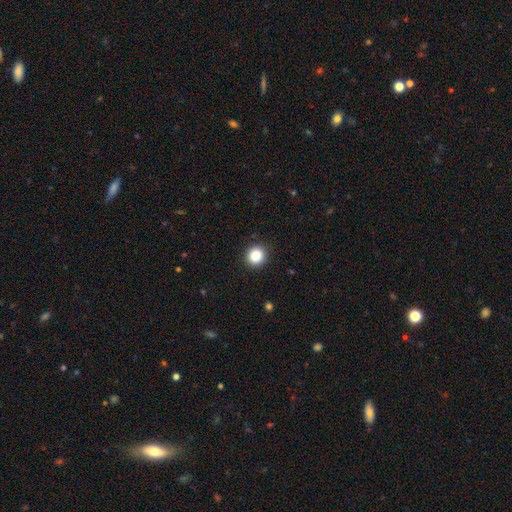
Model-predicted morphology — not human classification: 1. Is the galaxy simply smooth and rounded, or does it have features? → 86% smooth, 10% star or artifact, 4% featured or disk.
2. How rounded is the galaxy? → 90% round, 9% in between, 1% cigar-shaped.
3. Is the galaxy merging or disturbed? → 92% none, 5% minor disturbance, 2% major disturbance, 1% merger.